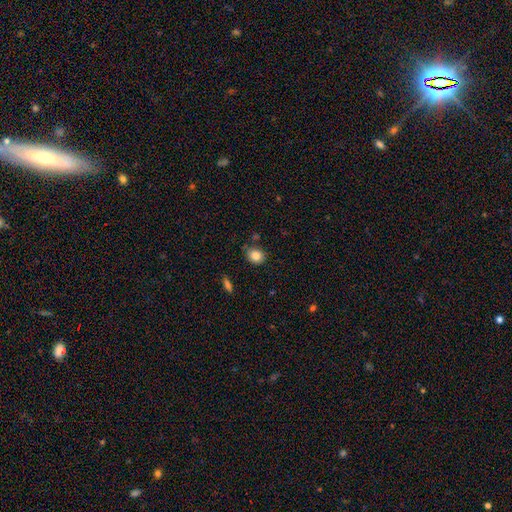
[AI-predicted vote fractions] Overall: smooth (84%). How rounded: round (60%; in between 39%). Merging: none (76%).